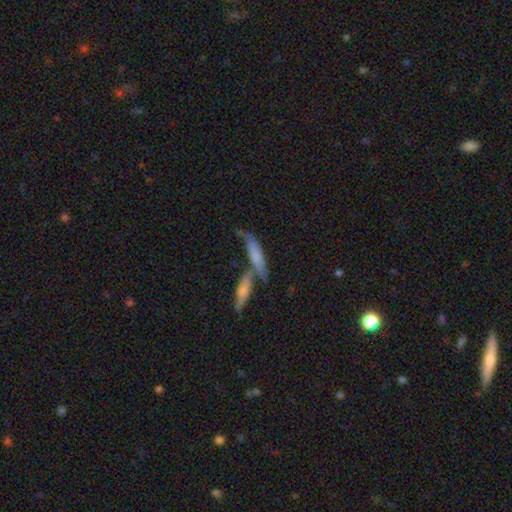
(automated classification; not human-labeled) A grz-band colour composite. It shows a smooth galaxy with no disk features (58%) that is cigar-shaped (70%). Merging: merger (42%).